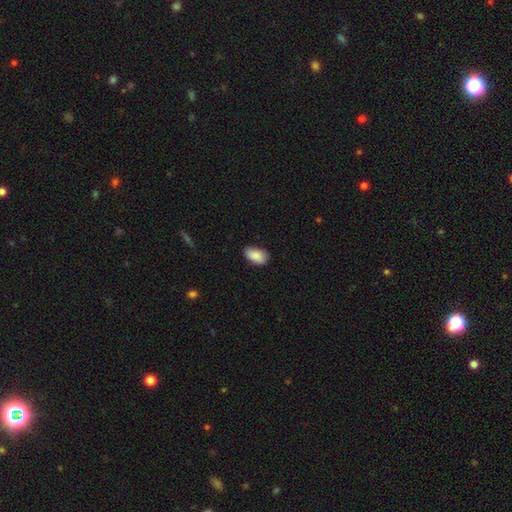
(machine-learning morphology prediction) Smooth or featured? smooth (88%)
How rounded? in between (93%)
Merging? none (73%)